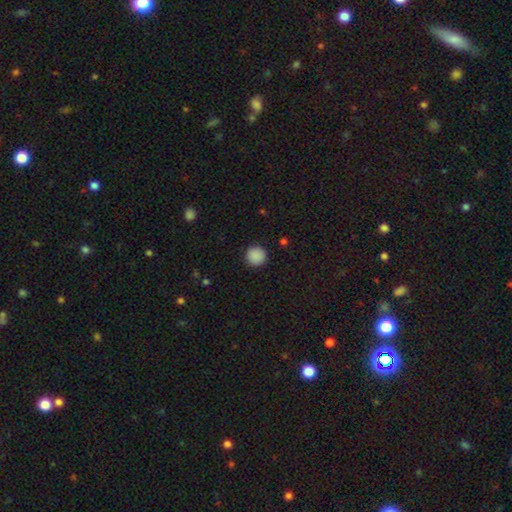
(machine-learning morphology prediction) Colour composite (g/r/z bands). It shows a smooth galaxy with no disk features (89%) that is round (96%). Merging: none (92%).